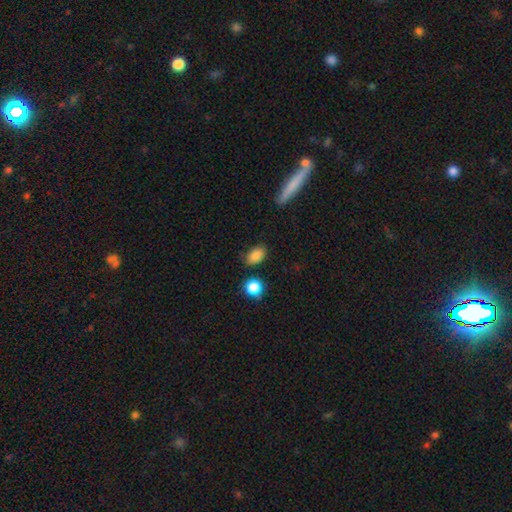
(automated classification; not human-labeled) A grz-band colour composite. It shows a smooth galaxy with no disk features (85%) that is in between round and cigar-shaped (82%). Merging: none (81%).